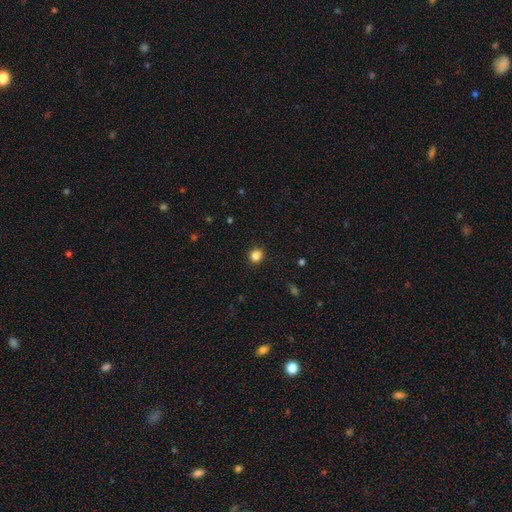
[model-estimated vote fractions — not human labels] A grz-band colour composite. It shows a smooth galaxy with no disk features (85%) that is round (84%). Merging: none (90%).